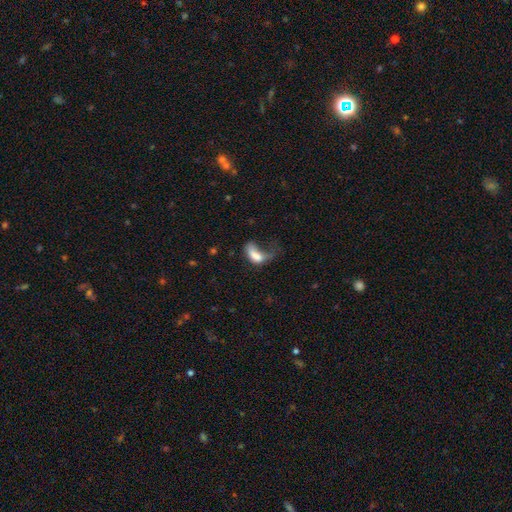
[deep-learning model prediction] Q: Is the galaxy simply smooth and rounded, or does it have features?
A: smooth — 68%.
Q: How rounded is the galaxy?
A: in between — 86%.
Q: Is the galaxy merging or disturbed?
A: major disturbance — 61%.